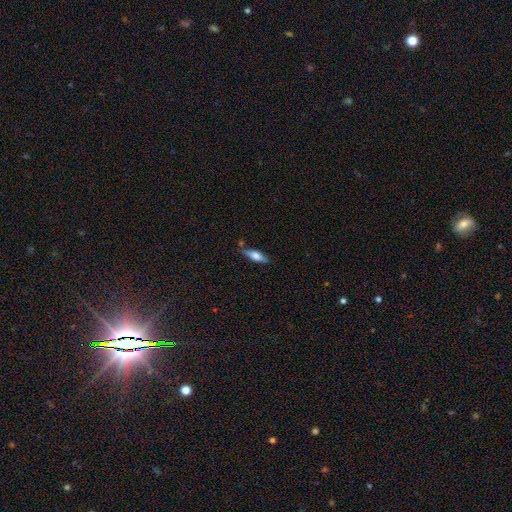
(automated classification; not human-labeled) This is possibly a smooth galaxy (55%). How rounded: possibly cigar-shaped (50%). Merging: likely none (74%).